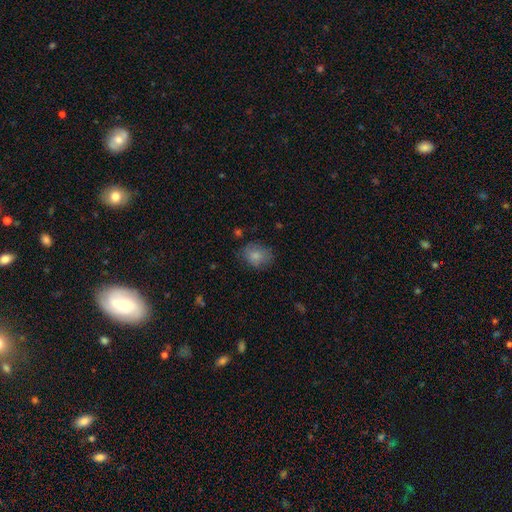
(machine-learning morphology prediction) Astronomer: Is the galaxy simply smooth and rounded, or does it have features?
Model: smooth — 80%.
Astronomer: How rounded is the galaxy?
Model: in between — 54% (runner-up: round, 45%).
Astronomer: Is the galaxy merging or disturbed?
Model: none — 69%.